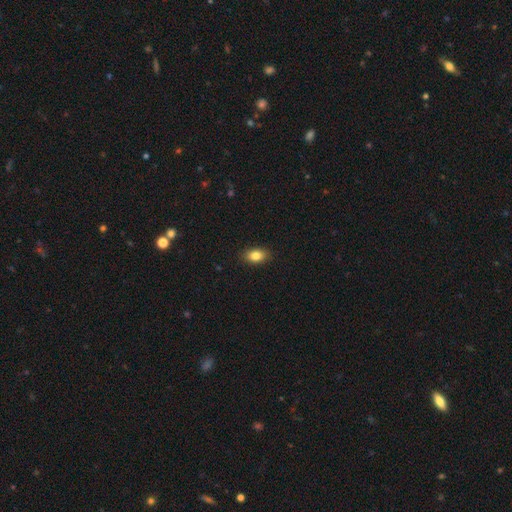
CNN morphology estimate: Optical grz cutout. It shows a smooth galaxy with no disk features (84%) that is in between round and cigar-shaped (86%). Merging: none (89%).